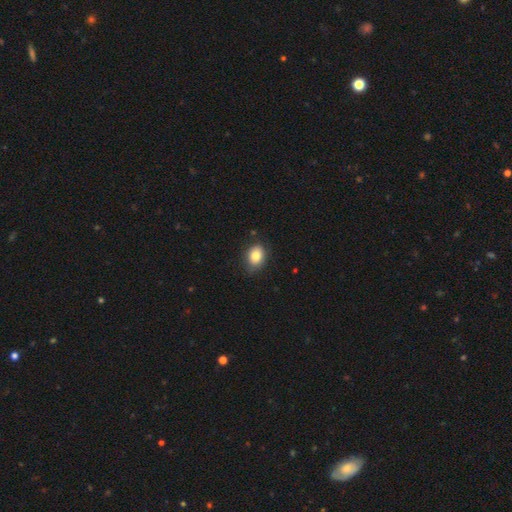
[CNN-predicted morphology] smooth-or-featured: smooth: 84% | star or artifact: 9% | featured or disk: 7%
  how-rounded: in between: 68% | round: 30% | cigar-shaped: 1%
  merging: none: 80% | minor disturbance: 16% | major disturbance: 3% | merger: 1%